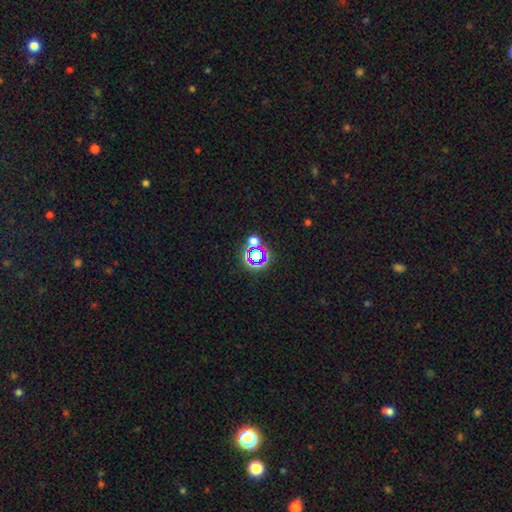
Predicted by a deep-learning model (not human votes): Smooth or featured? star or artifact (58%)